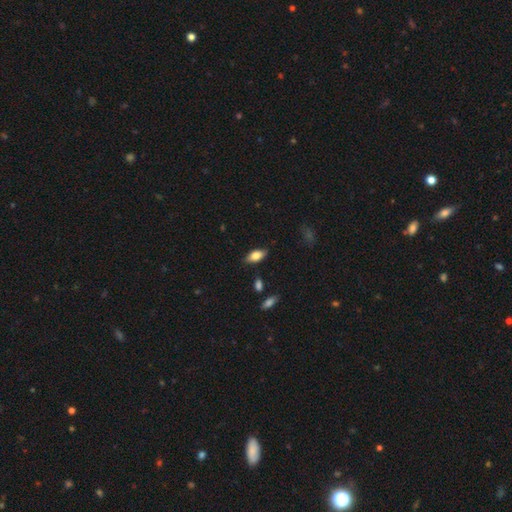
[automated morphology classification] A smooth galaxy with no disk features (74%) that is in between round and cigar-shaped (87%). Merging: none (82%).